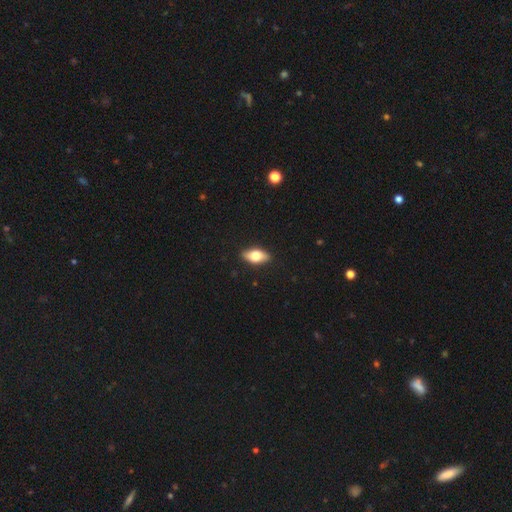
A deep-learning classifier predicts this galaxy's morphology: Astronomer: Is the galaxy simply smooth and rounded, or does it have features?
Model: smooth — 73%.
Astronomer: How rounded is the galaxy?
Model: in between — 87%.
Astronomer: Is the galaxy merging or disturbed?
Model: none — 89%.